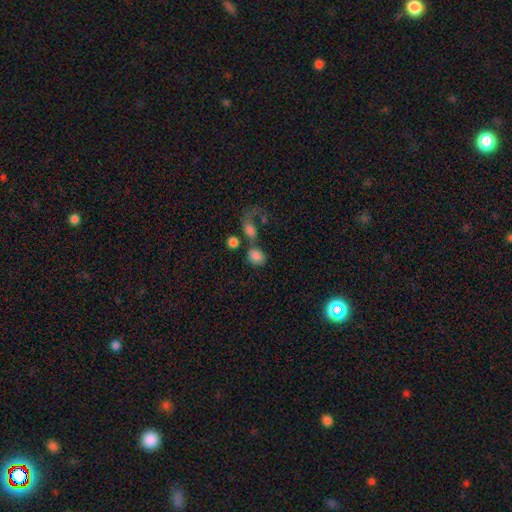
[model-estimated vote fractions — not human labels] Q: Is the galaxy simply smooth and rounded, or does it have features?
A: smooth — 81%.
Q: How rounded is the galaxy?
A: in between — 51%.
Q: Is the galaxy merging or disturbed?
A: none — 41%.